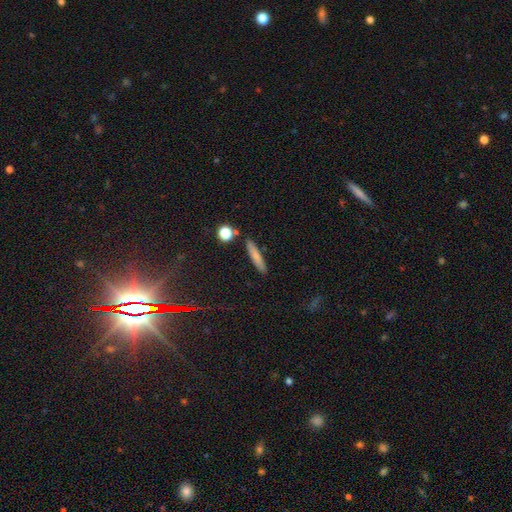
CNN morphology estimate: Smooth or featured: smooth — 75% (featured or disk — 16%)
How rounded: cigar-shaped — 87% (in between — 10%)
Merging: none — 85% (minor disturbance — 9%)